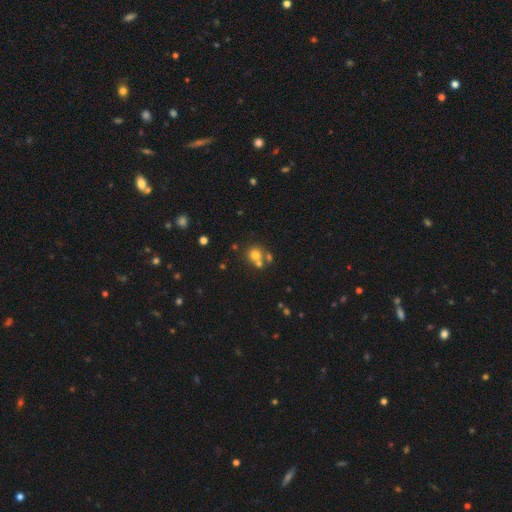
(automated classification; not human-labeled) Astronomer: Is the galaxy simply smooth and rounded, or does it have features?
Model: smooth — 71%.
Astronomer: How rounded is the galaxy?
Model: round — 85%.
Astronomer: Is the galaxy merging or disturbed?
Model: none — 54% (runner-up: merger, 33%).